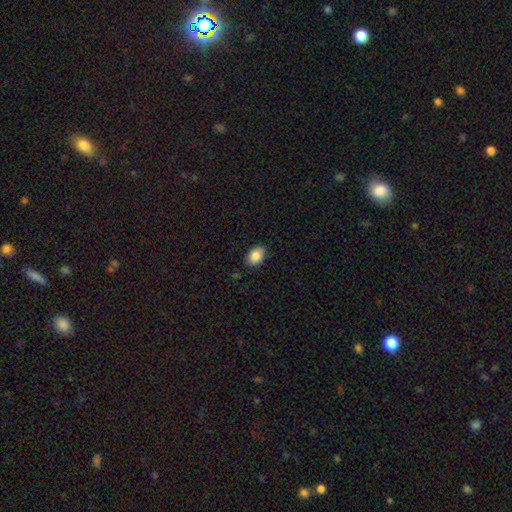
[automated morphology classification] type=smooth (87%); roundness=in between (84%); merging=none (85%).